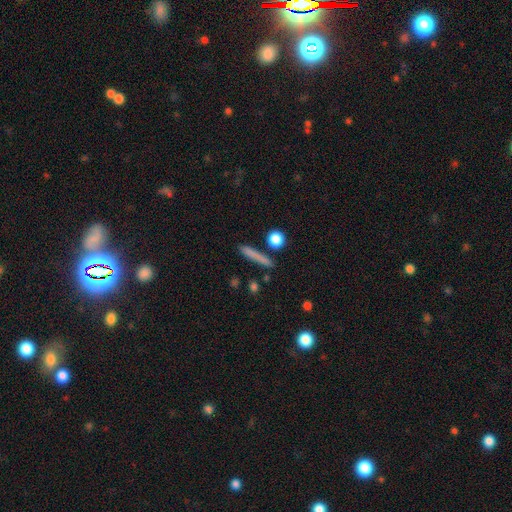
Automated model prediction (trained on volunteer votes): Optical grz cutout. It shows a smooth galaxy with no disk features (73%) that is cigar-shaped (87%). Merging: none (82%).